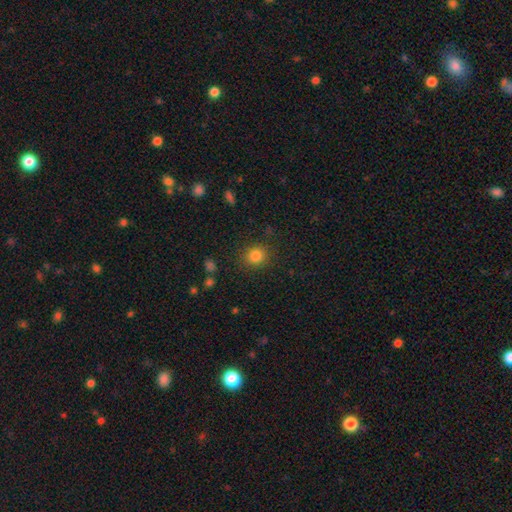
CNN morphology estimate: The model was most divided on "how rounded": round: 83%, in between: 16%, cigar-shaped: 1%. More confident: merging — none (86%); smooth or featured — smooth (83%).